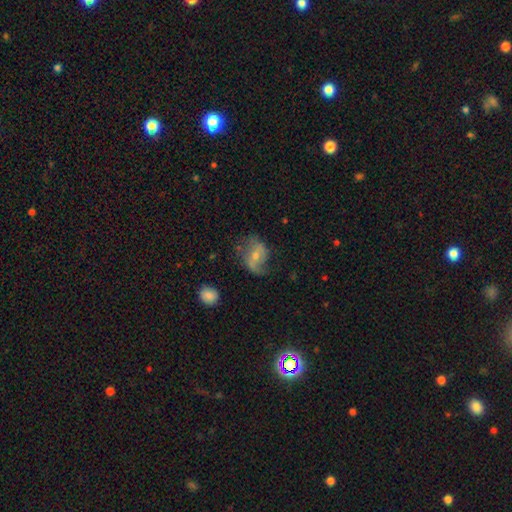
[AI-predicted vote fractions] smooth-or-featured: featured or disk: 64% | smooth: 28% | star or artifact: 9%
  disk-edge-on: no: 96% | yes: 4%
    bar: no: 42% | weak: 38% | strong: 20%
    has-spiral-arms: yes: 81% | no: 19%
    bulge-size: small: 51% | moderate: 43% | none: 3% | large: 2% | dominant: 1%
  merging: none: 49% | minor disturbance: 27% | major disturbance: 21% | merger: 2%